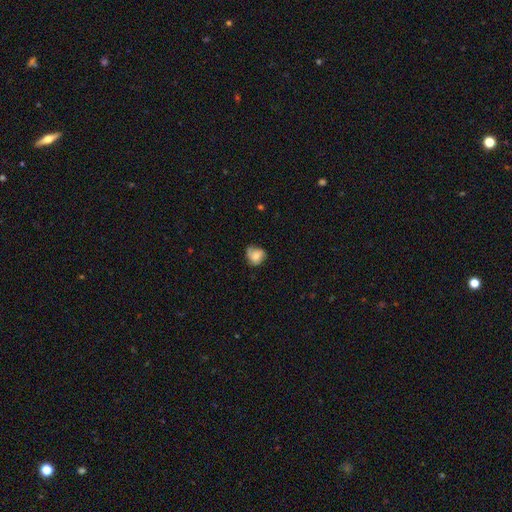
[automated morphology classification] smooth_or_featured: smooth (p=0.66) [alt: featured or disk p=0.26]
how_rounded: round (p=0.65) [alt: in between p=0.34]
merging: none (p=0.53) [alt: minor disturbance p=0.34]